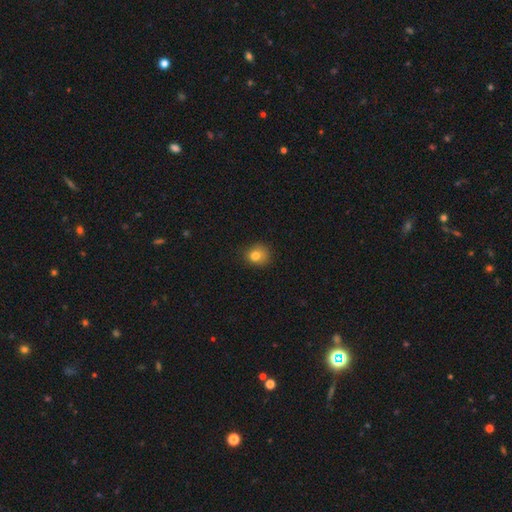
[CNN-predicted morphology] smooth_or_featured: smooth (p=0.79) [alt: star or artifact p=0.13]
how_rounded: round (p=0.77) [alt: in between p=0.22]
merging: none (p=0.77) [alt: minor disturbance p=0.18]